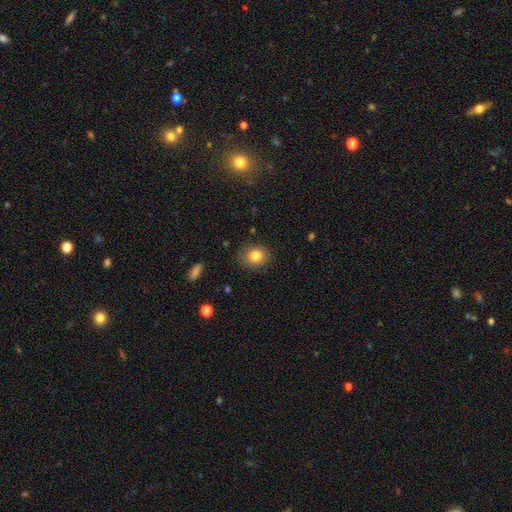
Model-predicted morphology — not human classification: Smooth or featured?
  - smooth: 82% *
  - star or artifact: 10%
  - featured or disk: 8%
How rounded?
  - round: 60% *
  - in between: 39%
  - cigar-shaped: 1%
Merging?
  - none: 80% *
  - minor disturbance: 15%
  - major disturbance: 3%
  - merger: 1%